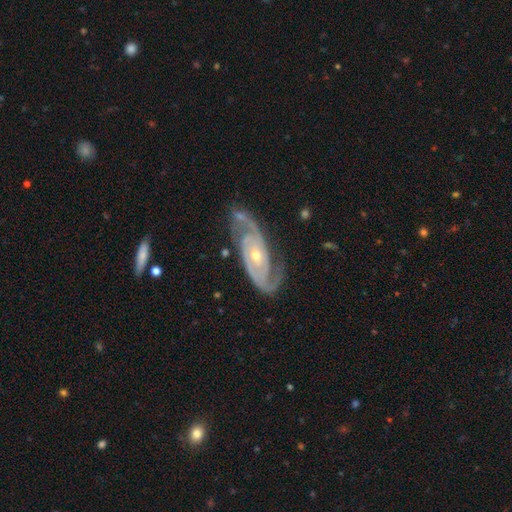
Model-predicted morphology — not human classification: Smooth or featured: featured or disk — 92% (star or artifact — 5%)
Edge-on disk: no — 95% (yes — 5%)
Bar: no — 64% (weak — 25%)
Spiral arms: yes — 98% (no — 2%)
Spiral winding: tight — 55% (medium — 37%)
Spiral arm count: 2 — 87% (3 — 4%)
Bulge size: small — 52% (moderate — 45%)
Merging: none — 76% (minor disturbance — 16%)